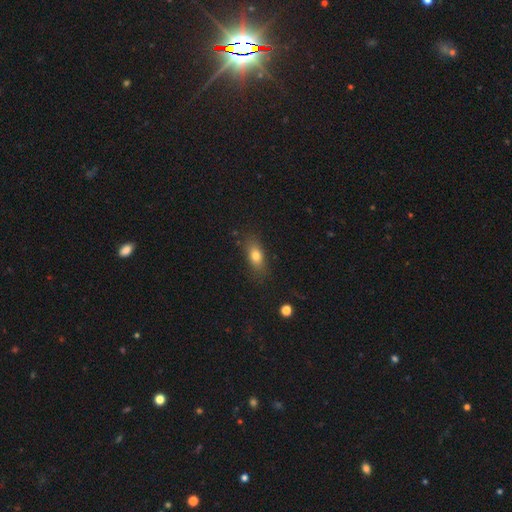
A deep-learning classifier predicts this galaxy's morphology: The model was most divided on "how rounded": in between: 77%, cigar-shaped: 14%, round: 9%. More confident: merging — none (79%); smooth or featured — smooth (77%).